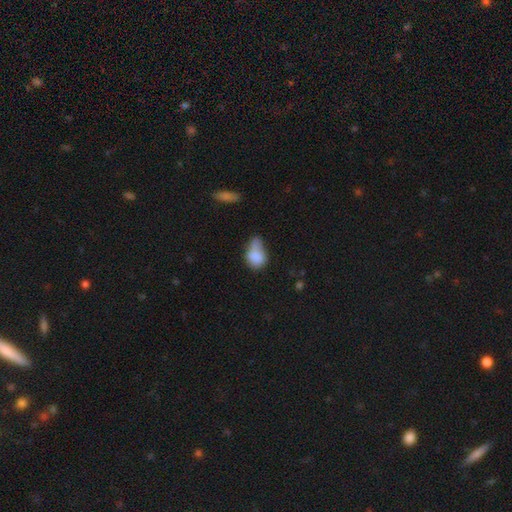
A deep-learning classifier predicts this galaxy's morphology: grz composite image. It shows a smooth galaxy with no disk features (77%) that is in between round and cigar-shaped (78%). Merging: minor disturbance (33%).